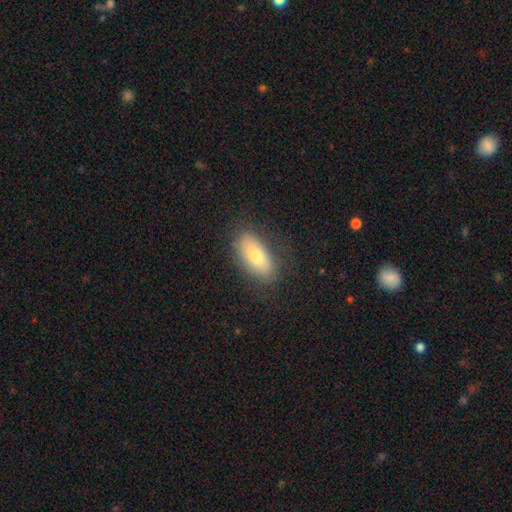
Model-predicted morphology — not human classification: Q: Smooth or featured?
A: smooth (74%); runner-up: featured or disk (19%)
Q: How rounded?
A: in between (87%); runner-up: cigar-shaped (10%)
Q: Merging?
A: none (79%); runner-up: minor disturbance (15%)